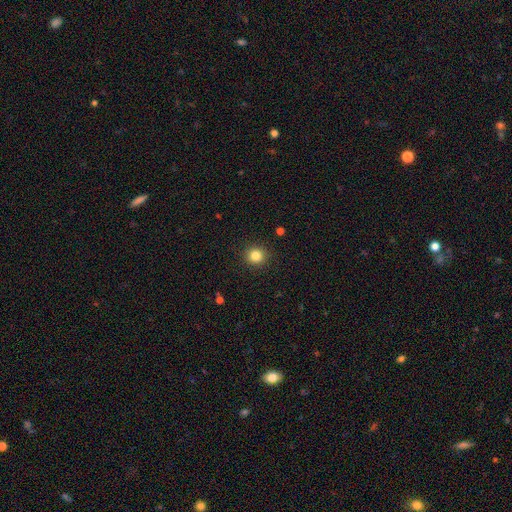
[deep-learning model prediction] Smooth or featured: smooth — 84% (star or artifact — 12%)
How rounded: round — 91% (in between — 8%)
Merging: none — 91% (minor disturbance — 6%)